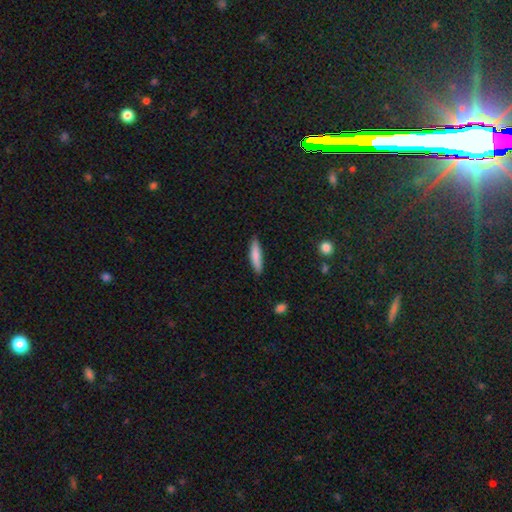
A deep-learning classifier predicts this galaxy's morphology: The model was most divided on "smooth or featured": smooth: 80%, featured or disk: 14%, star or artifact: 6%. More confident: merging — none (86%); how rounded — cigar-shaped (82%).